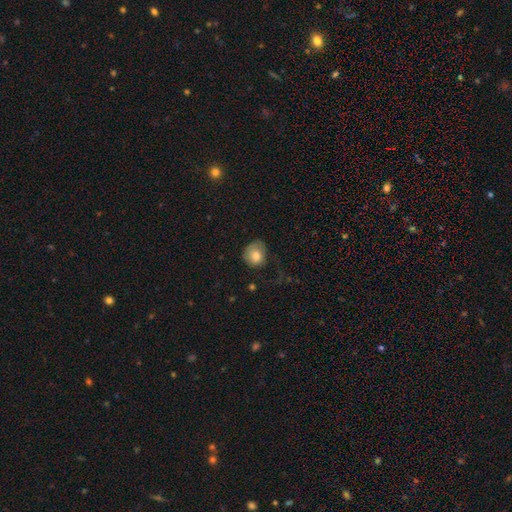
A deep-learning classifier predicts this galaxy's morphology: Smooth or featured?
  - smooth: 76% *
  - featured or disk: 16%
  - star or artifact: 8%
How rounded?
  - round: 69% *
  - in between: 30%
  - cigar-shaped: 1%
Merging?
  - none: 45% *
  - minor disturbance: 32%
  - major disturbance: 21%
  - merger: 2%